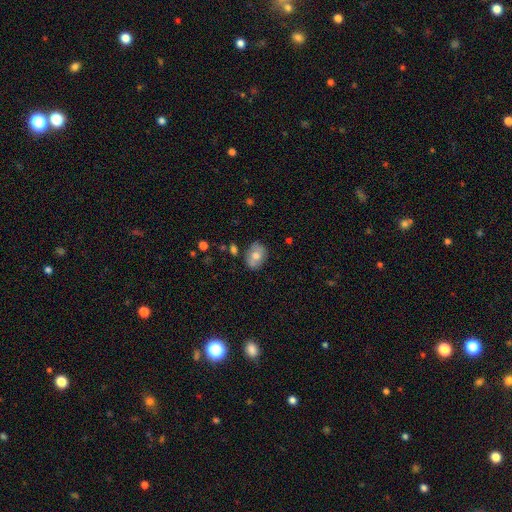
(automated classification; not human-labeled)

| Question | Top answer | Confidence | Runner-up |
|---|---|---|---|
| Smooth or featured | smooth | 67% | featured or disk (25%) |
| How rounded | in between | 72% | round (27%) |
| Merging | none | 78% | minor disturbance (16%) |